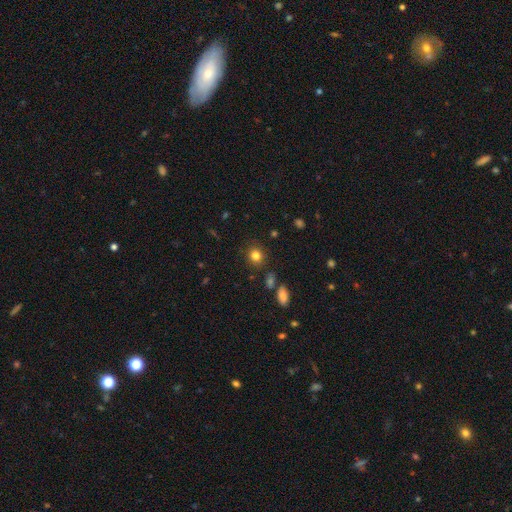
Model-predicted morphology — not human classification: Smooth or featured?
  - smooth: 82% *
  - star or artifact: 11%
  - featured or disk: 6%
How rounded?
  - round: 79% *
  - in between: 20%
  - cigar-shaped: 1%
Merging?
  - none: 86% *
  - minor disturbance: 9%
  - merger: 3%
  - major disturbance: 3%